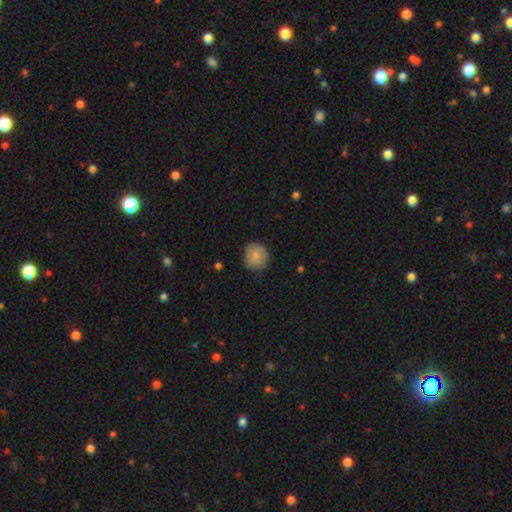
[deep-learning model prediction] Smooth or featured? smooth (84%)
How rounded? round (87%)
Merging? none (79%)